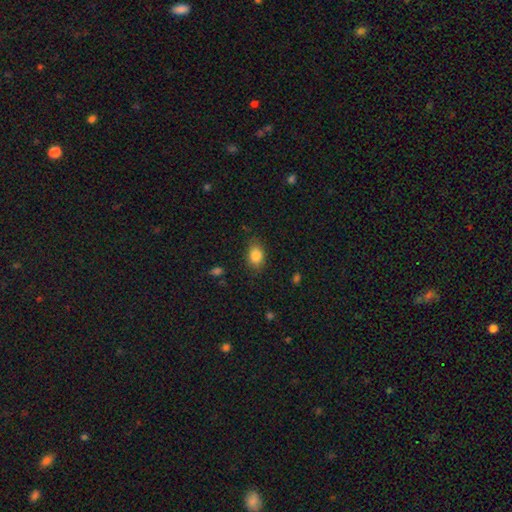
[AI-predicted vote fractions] Smooth or featured?
  - smooth: 85% *
  - star or artifact: 9%
  - featured or disk: 6%
How rounded?
  - in between: 75% *
  - round: 24%
  - cigar-shaped: 1%
Merging?
  - none: 80% *
  - minor disturbance: 15%
  - major disturbance: 4%
  - merger: 1%